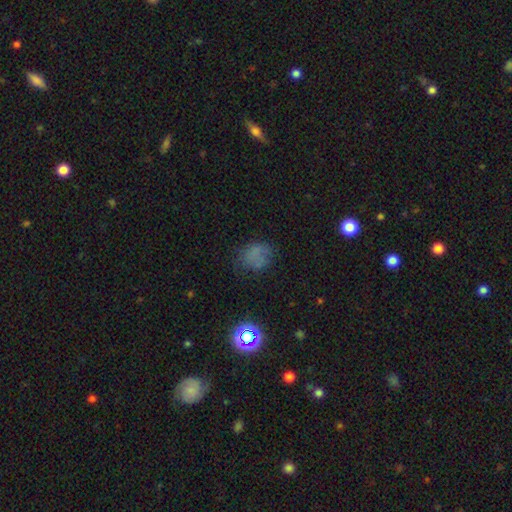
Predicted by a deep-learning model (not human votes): Smooth or featured? smooth (60%)
How rounded? round (50%)
Merging? none (57%)